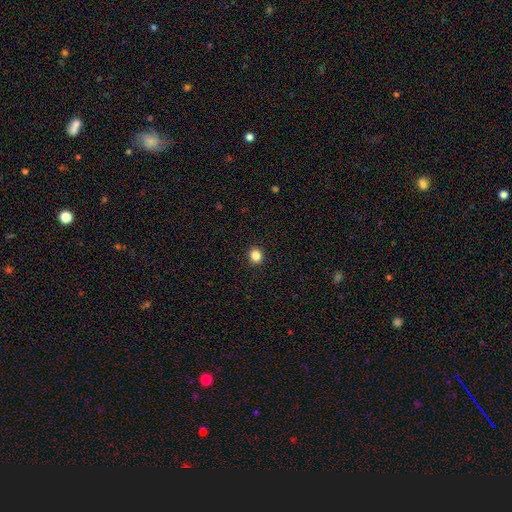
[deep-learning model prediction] The model was most divided on "how rounded": round: 85%, in between: 14%, cigar-shaped: 1%. More confident: merging — none (92%); smooth or featured — smooth (85%).